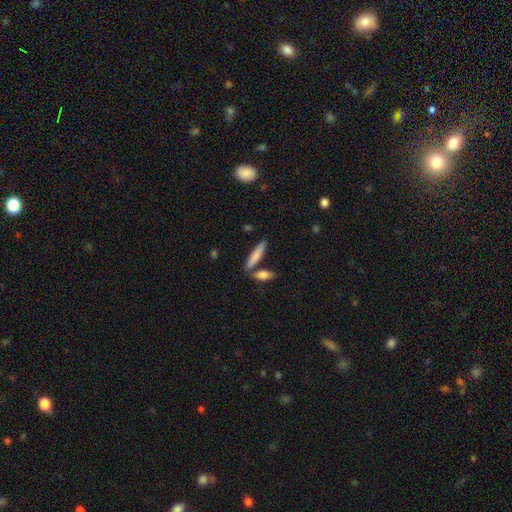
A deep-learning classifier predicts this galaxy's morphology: Smooth or featured?
  - smooth: 81% *
  - featured or disk: 14%
  - star or artifact: 6%
How rounded?
  - cigar-shaped: 80% *
  - in between: 18%
  - round: 2%
Merging?
  - none: 73% *
  - merger: 15%
  - minor disturbance: 10%
  - major disturbance: 3%